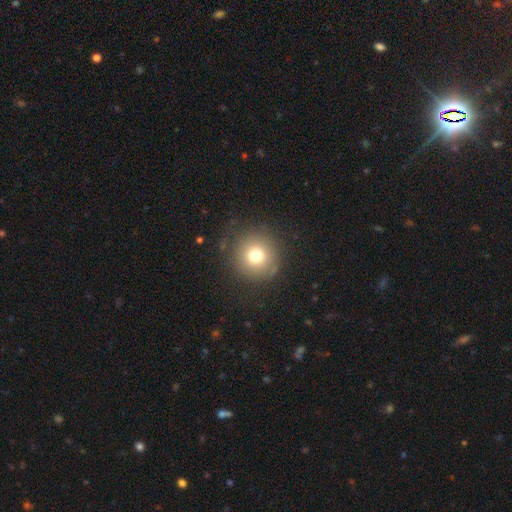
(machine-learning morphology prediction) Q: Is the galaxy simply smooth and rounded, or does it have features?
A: smooth — 75%.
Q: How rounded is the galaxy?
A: round — 94%.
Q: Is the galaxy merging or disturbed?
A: none — 85%.